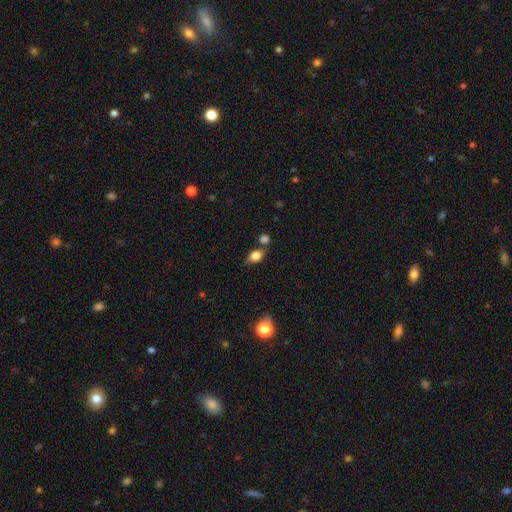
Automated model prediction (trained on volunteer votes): Smooth or featured?
  - smooth: 82% *
  - star or artifact: 10%
  - featured or disk: 7%
How rounded?
  - in between: 74% *
  - round: 23%
  - cigar-shaped: 2%
Merging?
  - none: 64% *
  - merger: 16%
  - minor disturbance: 16%
  - major disturbance: 4%